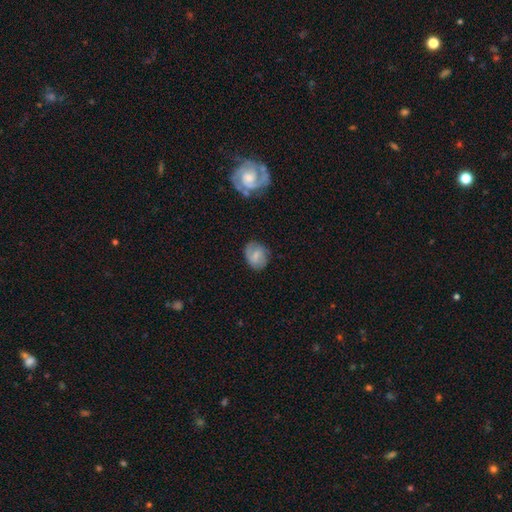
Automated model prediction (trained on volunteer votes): The model was most divided on "how rounded" (2-way tie): round: 49%, in between: 49%, cigar-shaped: 1%. More confident: merging — none (72%); smooth or featured — smooth (55%).